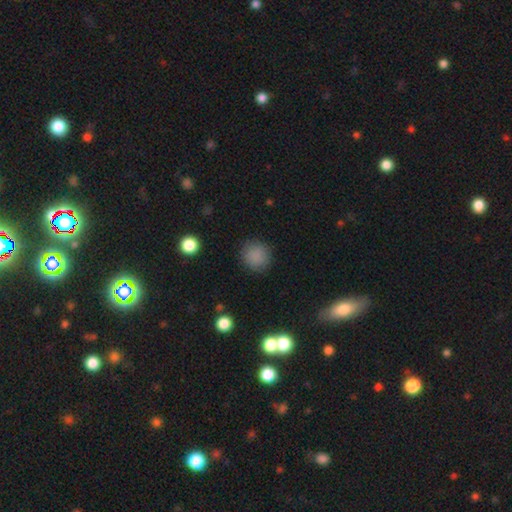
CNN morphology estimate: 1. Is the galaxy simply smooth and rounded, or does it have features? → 86% smooth, 10% star or artifact, 4% featured or disk.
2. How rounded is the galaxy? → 90% round, 9% in between, 1% cigar-shaped.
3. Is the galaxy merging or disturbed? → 86% none, 9% minor disturbance, 3% major disturbance, 1% merger.